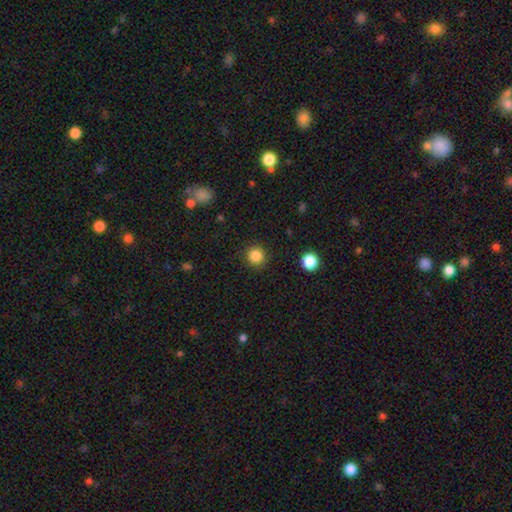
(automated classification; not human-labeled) Smooth or featured?
  - smooth: 85% *
  - star or artifact: 11%
  - featured or disk: 4%
How rounded?
  - round: 95% *
  - in between: 4%
  - cigar-shaped: 1%
Merging?
  - none: 91% *
  - minor disturbance: 6%
  - major disturbance: 2%
  - merger: 1%